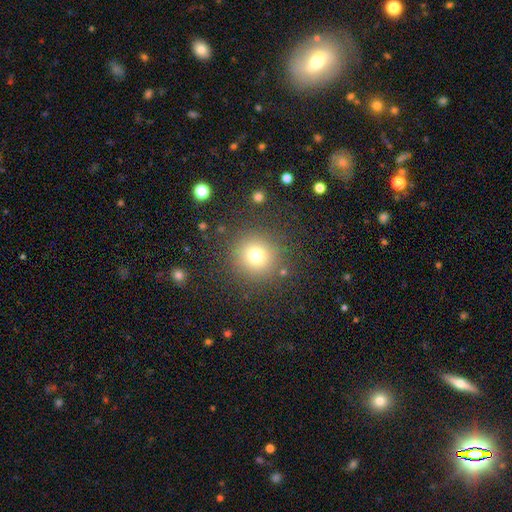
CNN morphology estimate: smooth_or_featured: smooth (p=0.74) [alt: star or artifact p=0.17]
how_rounded: round (p=0.94) [alt: in between p=0.05]
merging: none (p=0.86) [alt: minor disturbance p=0.07]